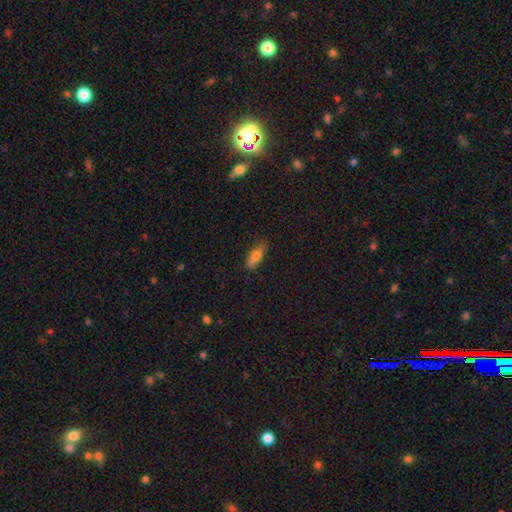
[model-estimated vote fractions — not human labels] Overall: smooth (75%). How rounded: in between (68%; cigar-shaped 29%). Merging: none (71%).